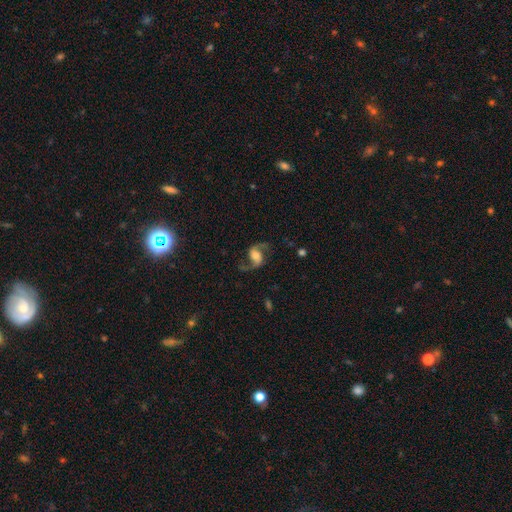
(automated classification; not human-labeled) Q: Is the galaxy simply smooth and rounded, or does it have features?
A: featured or disk — 86%.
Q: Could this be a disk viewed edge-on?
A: no — 97%.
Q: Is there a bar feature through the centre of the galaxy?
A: no — 45%.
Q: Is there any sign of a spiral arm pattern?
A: yes — 96%.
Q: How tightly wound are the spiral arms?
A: loose — 62%.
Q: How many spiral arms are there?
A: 2 — 93%.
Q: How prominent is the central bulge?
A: moderate — 53%.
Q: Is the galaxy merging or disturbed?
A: none — 75%.